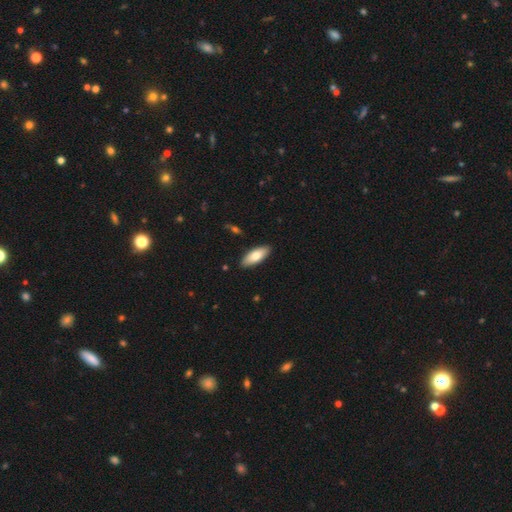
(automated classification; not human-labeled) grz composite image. It shows a smooth galaxy with no disk features (74%) that is in between round and cigar-shaped (80%). Merging: none (89%).